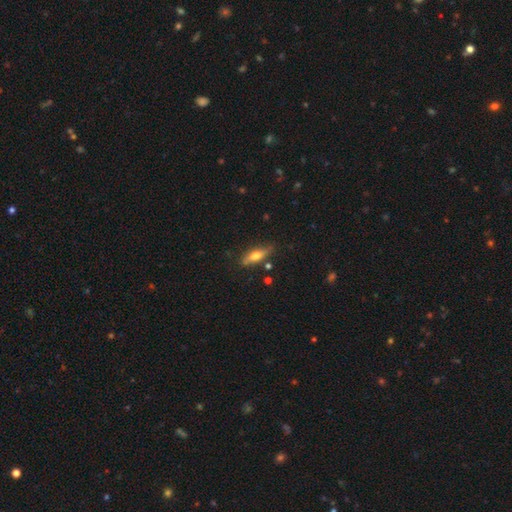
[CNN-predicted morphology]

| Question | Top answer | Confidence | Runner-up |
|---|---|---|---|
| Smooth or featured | smooth | 56% | featured or disk (38%) |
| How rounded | cigar-shaped | 59% | in between (38%) |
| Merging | none | 77% | minor disturbance (17%) |